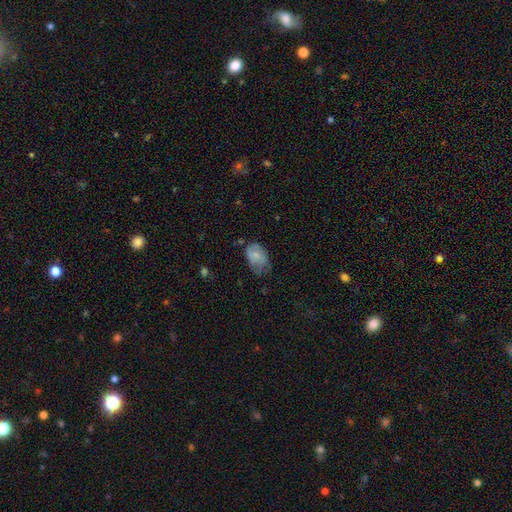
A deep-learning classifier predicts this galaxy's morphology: Smooth or featured? Predicted: smooth (p=0.69). How rounded? Predicted: in between (p=0.88). Merging? Predicted: none (p=0.43).